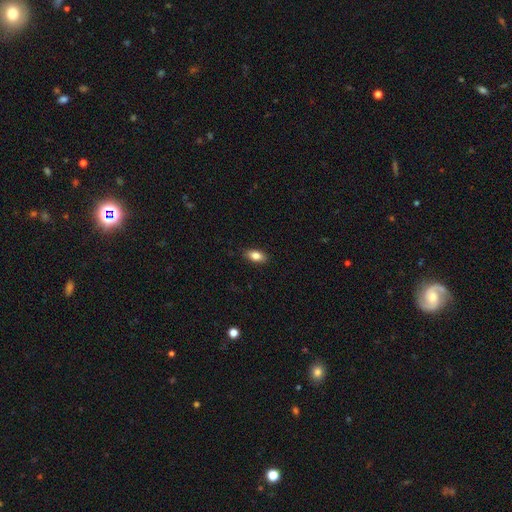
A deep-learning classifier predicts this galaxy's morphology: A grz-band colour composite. It shows a smooth galaxy with no disk features (83%) that is in between round and cigar-shaped (88%). Merging: none (87%).